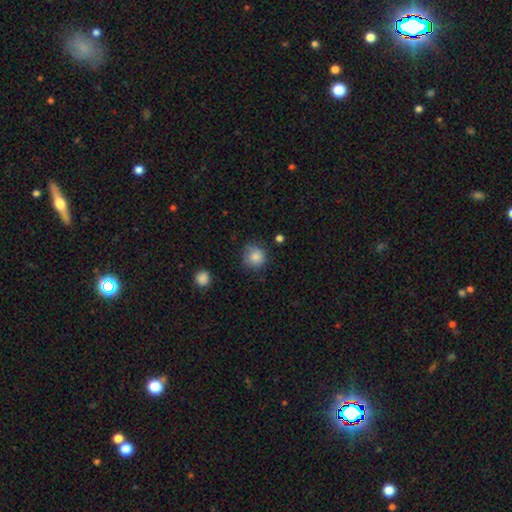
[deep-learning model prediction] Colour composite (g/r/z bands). It shows a smooth galaxy with no disk features (83%) that is round (90%). Merging: none (73%).